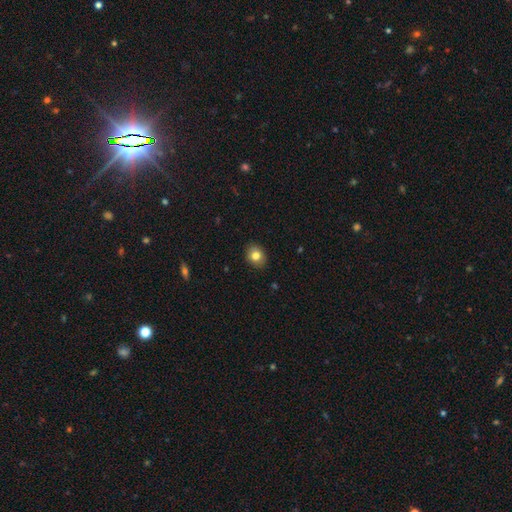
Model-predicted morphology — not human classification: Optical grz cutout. It shows a smooth galaxy with no disk features (81%) that is in between round and cigar-shaped (52%). Merging: none (89%).